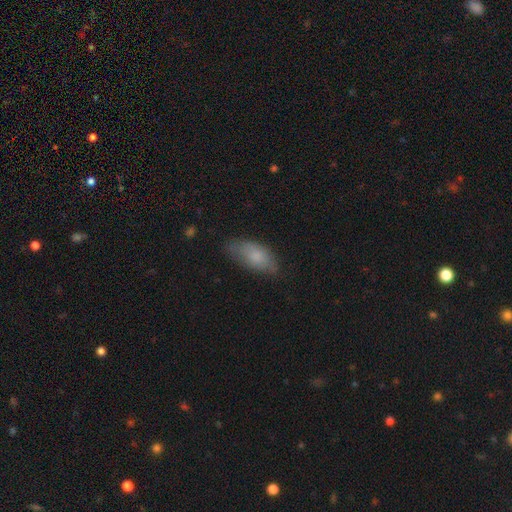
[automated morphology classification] Overall: smooth (77%). How rounded: in between (88%). Merging: none (66%; minor disturbance 26%).